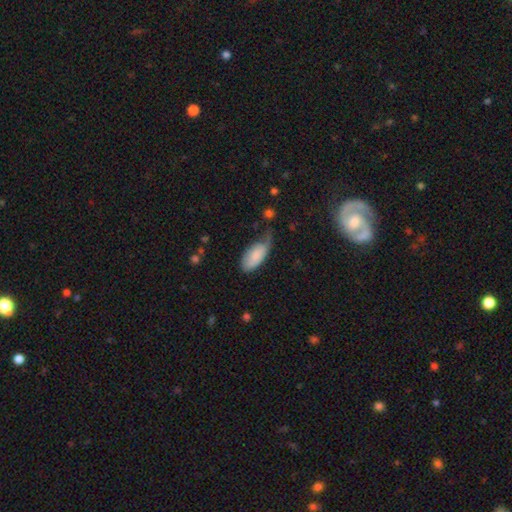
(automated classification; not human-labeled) This is clearly a smooth galaxy (82%). How rounded: clearly in between (92%). Merging: marginally minor disturbance (42%).